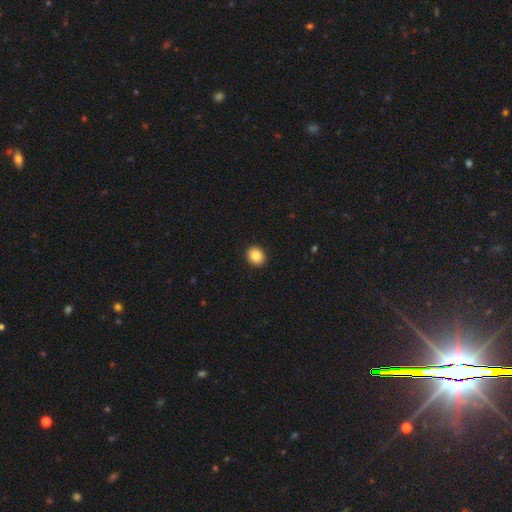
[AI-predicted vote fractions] Overall: smooth (88%). How rounded: round (59%; in between 40%). Merging: none (92%).